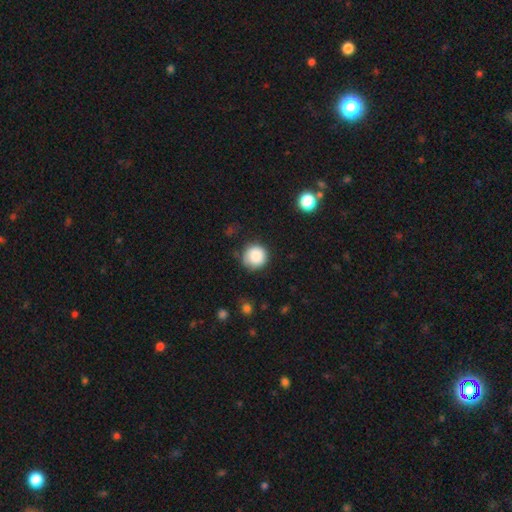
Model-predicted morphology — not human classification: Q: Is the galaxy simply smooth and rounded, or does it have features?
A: smooth — 85%.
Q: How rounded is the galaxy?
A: round — 93%.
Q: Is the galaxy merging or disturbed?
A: none — 75%.